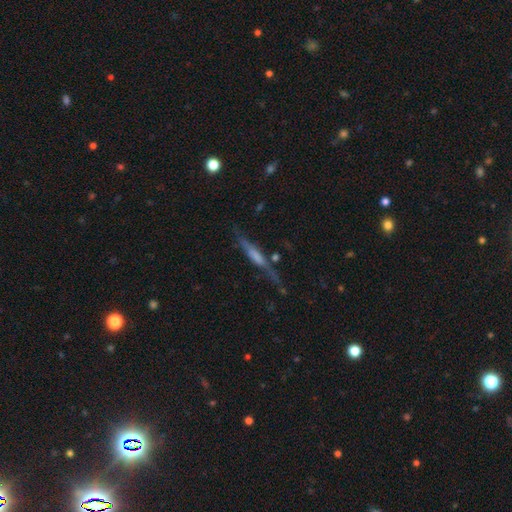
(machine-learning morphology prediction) The model was most divided on "edge-on bulge": boxy: 38%, rounded: 32%, none: 30%. More confident: edge-on disk — yes (90%); merging — none (67%); smooth or featured — featured or disk (64%).